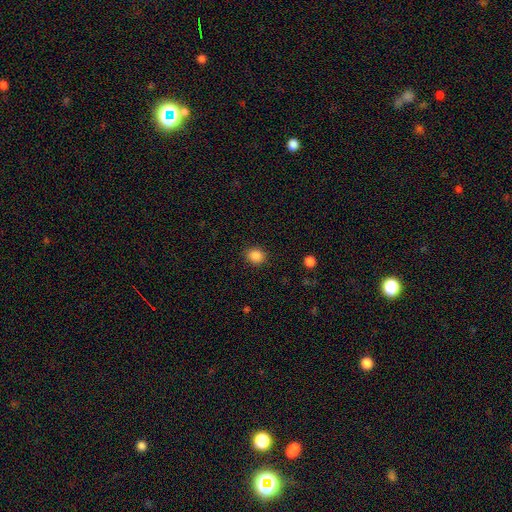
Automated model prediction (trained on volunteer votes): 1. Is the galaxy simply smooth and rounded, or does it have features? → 87% smooth, 10% star or artifact, 3% featured or disk.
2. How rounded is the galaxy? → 76% round, 23% in between, 1% cigar-shaped.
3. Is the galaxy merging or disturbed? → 88% none, 8% minor disturbance, 3% major disturbance, 1% merger.